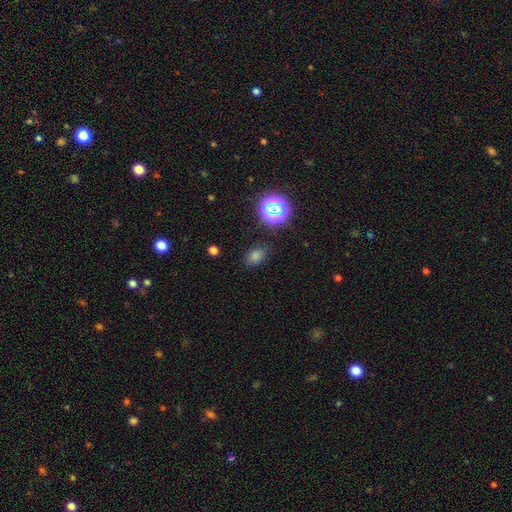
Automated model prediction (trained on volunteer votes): Overall: smooth (67%). How rounded: in between (70%). Merging: none (85%).